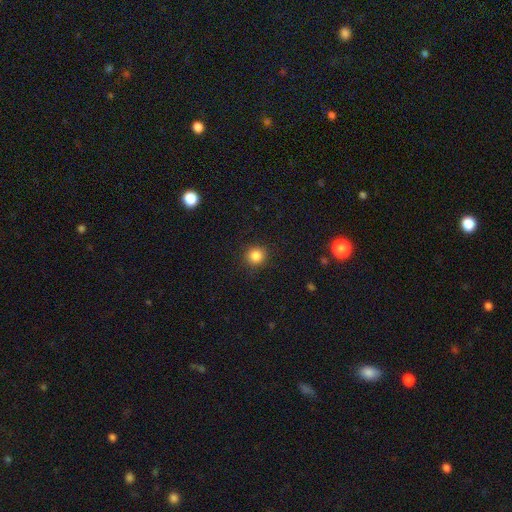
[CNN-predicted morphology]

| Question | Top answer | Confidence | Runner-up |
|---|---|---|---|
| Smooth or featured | smooth | 85% | star or artifact (11%) |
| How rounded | round | 91% | in between (8%) |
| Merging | none | 90% | minor disturbance (7%) |